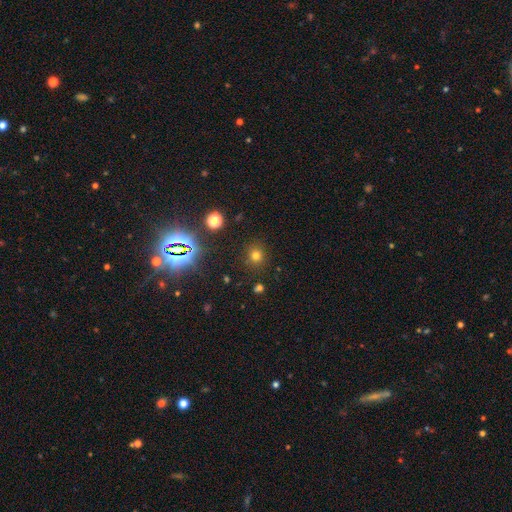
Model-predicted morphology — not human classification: Smooth or featured?
  - smooth: 71% *
  - star or artifact: 23%
  - featured or disk: 7%
How rounded?
  - round: 89% *
  - in between: 10%
  - cigar-shaped: 1%
Merging?
  - none: 87% *
  - minor disturbance: 8%
  - major disturbance: 3%
  - merger: 2%